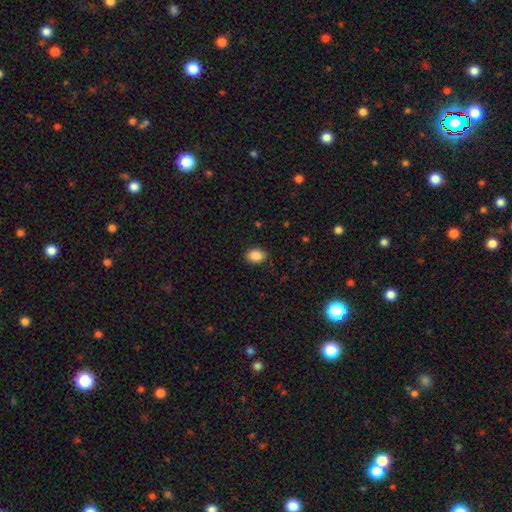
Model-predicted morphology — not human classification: This appears to be a smooth galaxy with no disk features (88%) that is in between round and cigar-shaped (72%). Merging: none (88%).